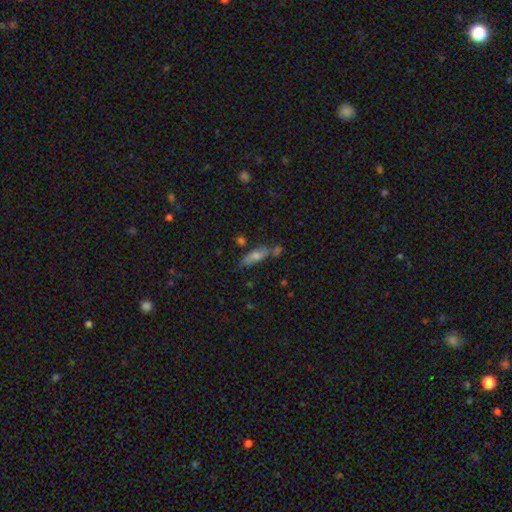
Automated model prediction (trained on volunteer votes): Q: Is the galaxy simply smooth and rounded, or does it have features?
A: smooth — 57%.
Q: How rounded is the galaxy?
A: in between — 49%.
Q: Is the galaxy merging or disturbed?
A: none — 57%.